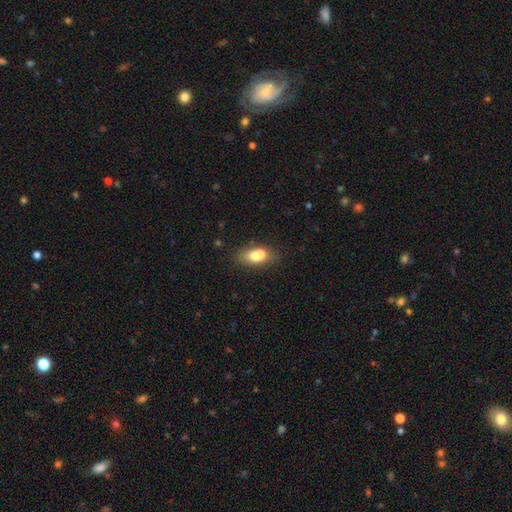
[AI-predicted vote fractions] Overall: smooth (69%). How rounded: in between (78%). Merging: none (46%; merger 35%).